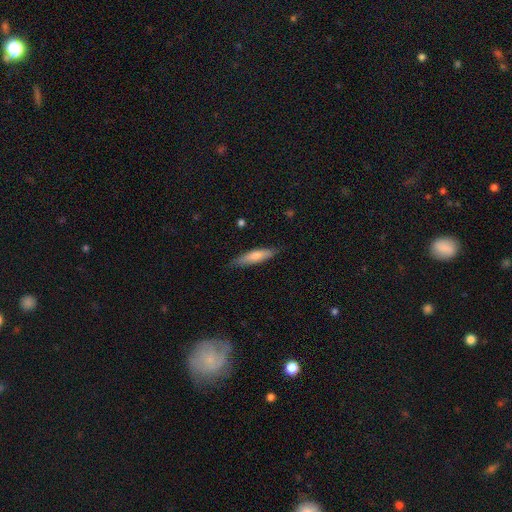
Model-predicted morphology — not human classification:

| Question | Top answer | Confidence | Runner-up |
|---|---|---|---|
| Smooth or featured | smooth | 69% | featured or disk (25%) |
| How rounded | cigar-shaped | 75% | in between (24%) |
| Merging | none | 82% | minor disturbance (15%) |